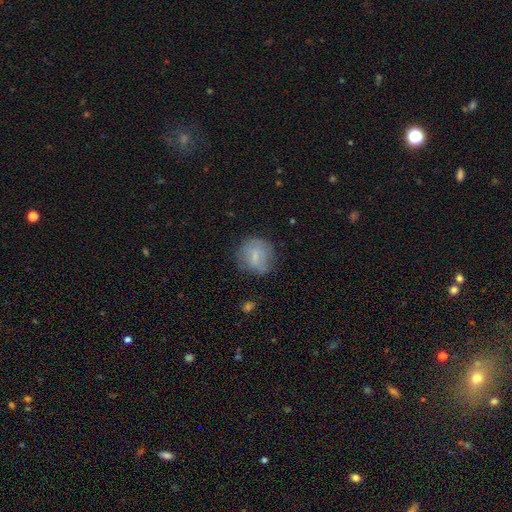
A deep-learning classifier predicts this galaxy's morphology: This appears to be a smooth galaxy with no disk features (65%) that is round (80%). Merging: none (72%).